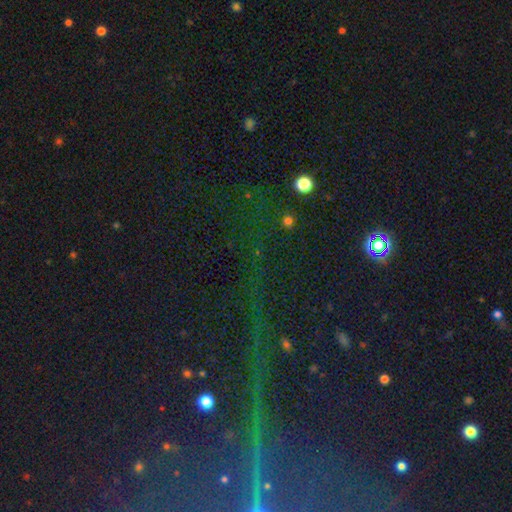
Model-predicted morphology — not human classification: smooth-or-featured: star or artifact: 81% | smooth: 10% | featured or disk: 9%